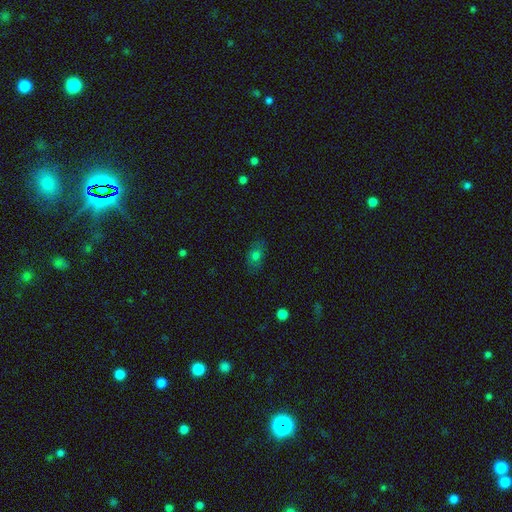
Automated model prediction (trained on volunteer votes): A smooth galaxy with no disk features (72%) that is in between round and cigar-shaped (83%). Merging: none (80%).